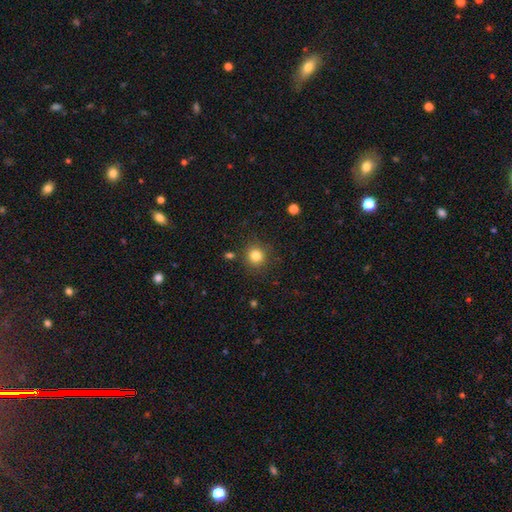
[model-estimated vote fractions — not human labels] Smooth or featured?
  - smooth: 82% *
  - star or artifact: 13%
  - featured or disk: 6%
How rounded?
  - round: 92% *
  - in between: 7%
  - cigar-shaped: 1%
Merging?
  - none: 86% *
  - minor disturbance: 8%
  - merger: 3%
  - major disturbance: 3%